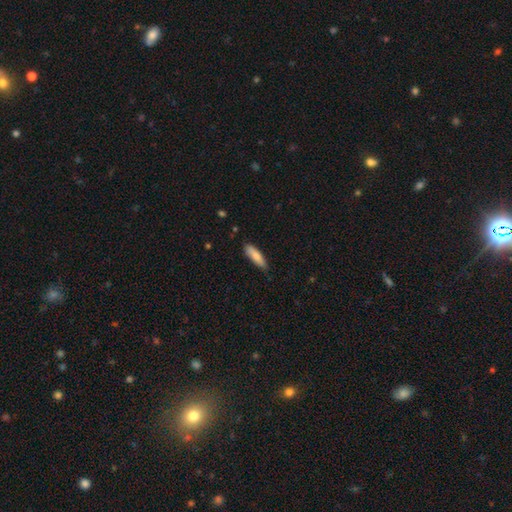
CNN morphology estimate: This is clearly a smooth galaxy (82%). How rounded: possibly cigar-shaped (59%). Merging: likely none (78%).